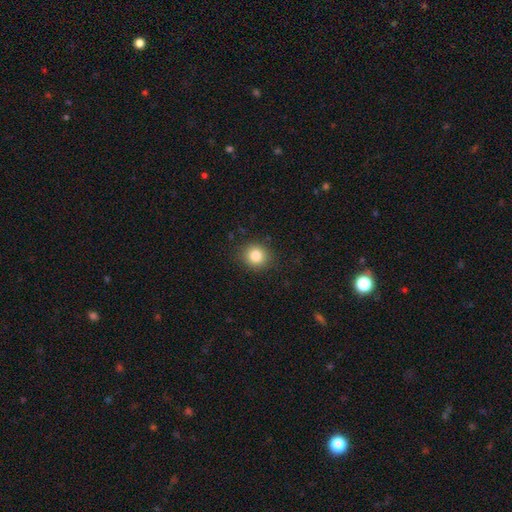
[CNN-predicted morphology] Smooth or featured?
  - smooth: 83% *
  - star or artifact: 11%
  - featured or disk: 6%
How rounded?
  - round: 87% *
  - in between: 12%
  - cigar-shaped: 1%
Merging?
  - none: 88% *
  - minor disturbance: 8%
  - major disturbance: 2%
  - merger: 1%